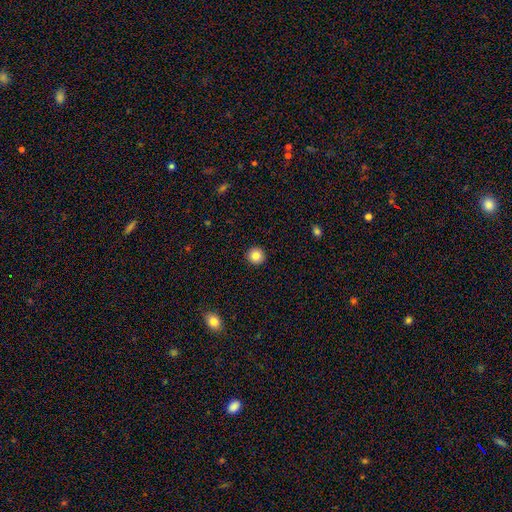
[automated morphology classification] smooth 84%, star or artifact 10%, featured or disk 6%. Down the decision tree: how rounded — round (95%); merging — none (93%).